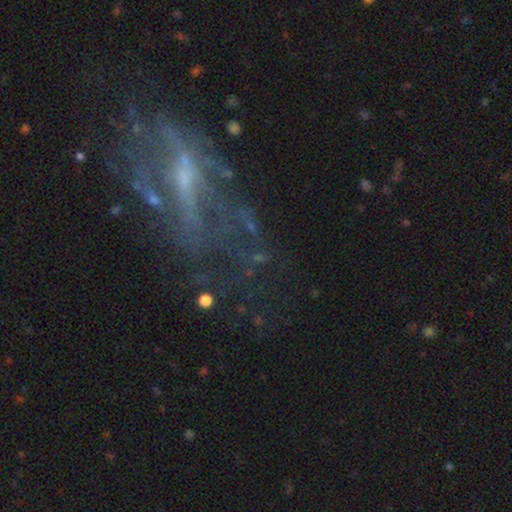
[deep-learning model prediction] Morphology: type=featured or disk (57%); edge-on=no (87%); merging=none (51%).